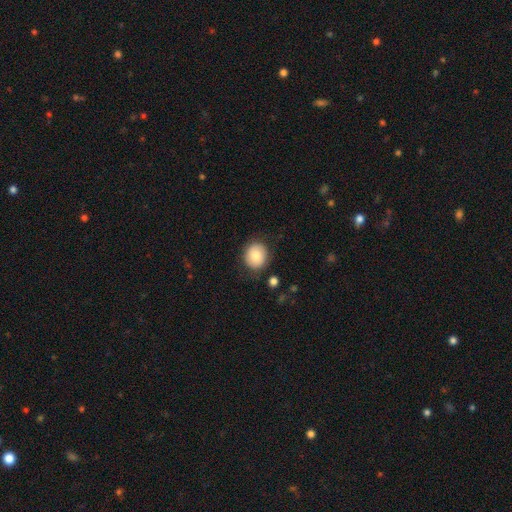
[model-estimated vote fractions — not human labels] Smooth or featured: smooth — 81% (featured or disk — 11%)
How rounded: round — 84% (in between — 15%)
Merging: none — 84% (minor disturbance — 11%)